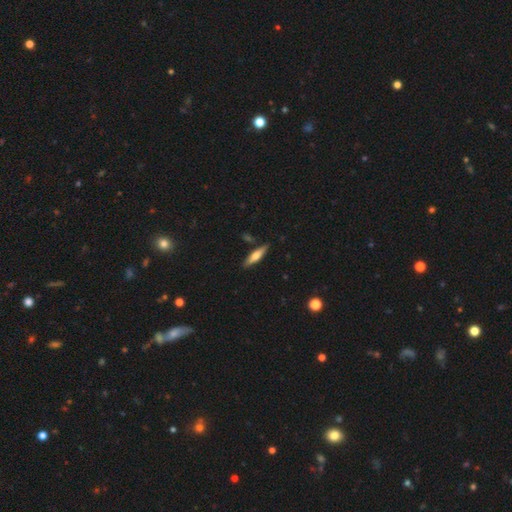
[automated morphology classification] Q: Smooth or featured?
A: smooth (54%); runner-up: featured or disk (40%)
Q: How rounded?
A: cigar-shaped (77%); runner-up: in between (21%)
Q: Merging?
A: none (85%); runner-up: minor disturbance (10%)